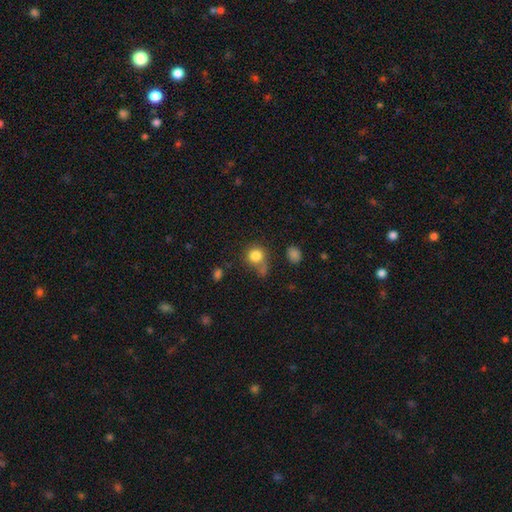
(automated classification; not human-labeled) This appears to be a smooth galaxy with no disk features (82%) that is round (86%). Merging: none (58%).